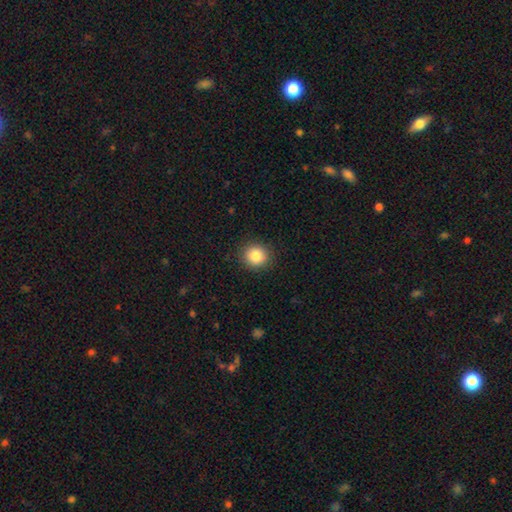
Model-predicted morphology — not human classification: type=smooth (84%); roundness=round (90%); merging=none (91%).